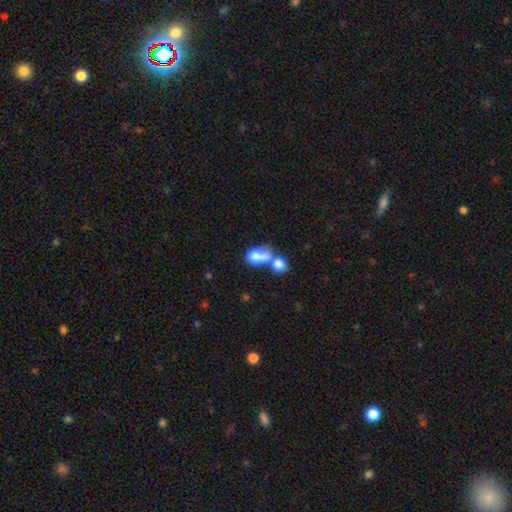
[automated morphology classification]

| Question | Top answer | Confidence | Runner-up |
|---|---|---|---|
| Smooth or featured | smooth | 75% | featured or disk (17%) |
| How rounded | in between | 76% | round (22%) |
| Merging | merger | 66% | none (15%) |